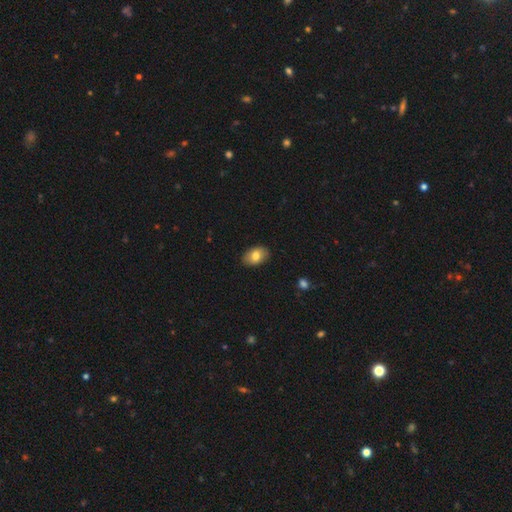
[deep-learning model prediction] Smooth or featured: smooth — 78% (featured or disk — 14%)
How rounded: in between — 88% (round — 11%)
Merging: none — 86% (minor disturbance — 11%)